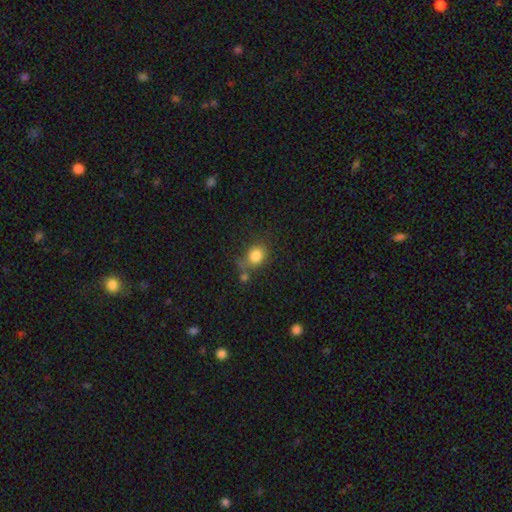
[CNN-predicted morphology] Smooth or featured? Predicted: smooth (p=0.83). How rounded? Predicted: round (p=0.68). Merging? Predicted: none (p=0.54).